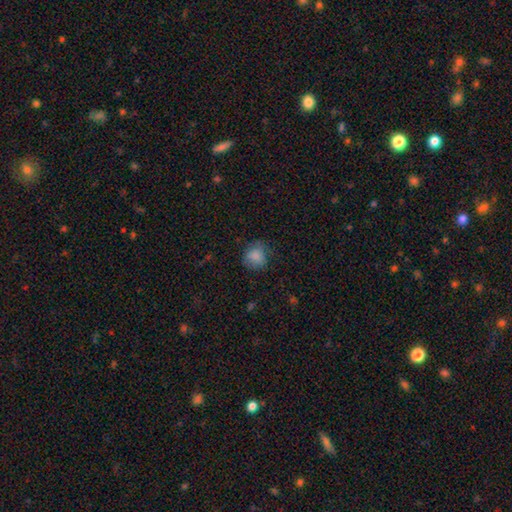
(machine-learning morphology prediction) smooth-or-featured: smooth: 82% | star or artifact: 10% | featured or disk: 8%
  how-rounded: round: 74% | in between: 25% | cigar-shaped: 1%
  merging: none: 65% | minor disturbance: 24% | major disturbance: 10% | merger: 1%